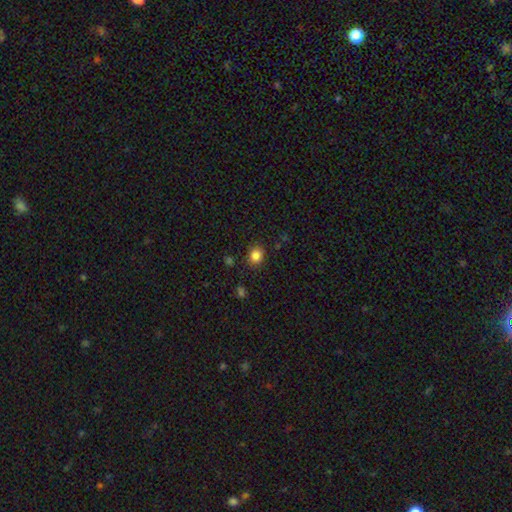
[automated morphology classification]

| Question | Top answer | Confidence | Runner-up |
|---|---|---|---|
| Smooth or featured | smooth | 84% | star or artifact (11%) |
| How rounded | round | 74% | in between (25%) |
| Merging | none | 87% | minor disturbance (9%) |